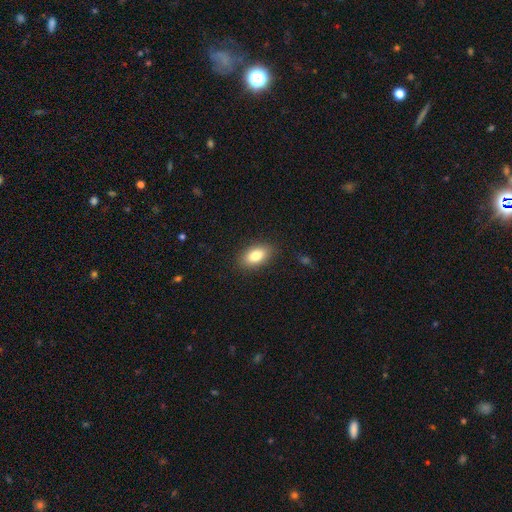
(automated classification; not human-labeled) smooth-or-featured: smooth: 84% | featured or disk: 9% | star or artifact: 7%
  how-rounded: in between: 91% | round: 6% | cigar-shaped: 3%
  merging: none: 87% | minor disturbance: 9% | major disturbance: 3% | merger: 1%